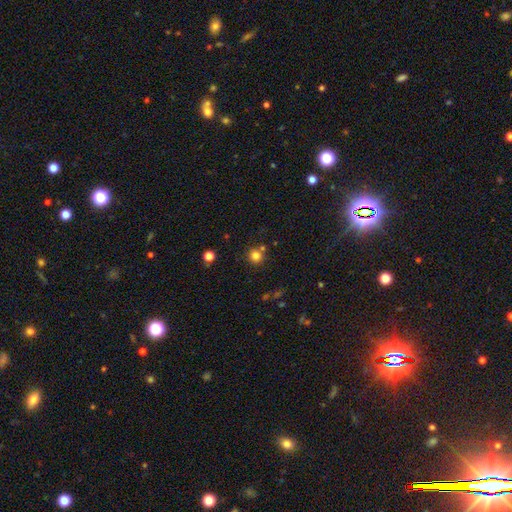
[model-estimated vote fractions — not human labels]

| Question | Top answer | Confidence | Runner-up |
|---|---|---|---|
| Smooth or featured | smooth | 80% | star or artifact (14%) |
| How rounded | round | 92% | in between (7%) |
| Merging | none | 76% | merger (12%) |